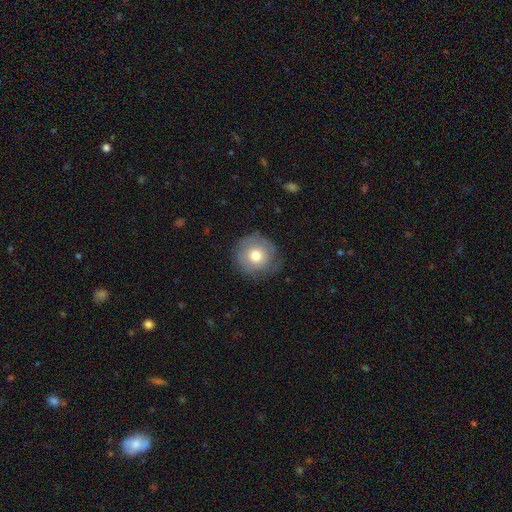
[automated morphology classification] The model was most divided on "smooth or featured": smooth: 68%, featured or disk: 24%, star or artifact: 8%. More confident: how rounded — round (93%); merging — none (74%).